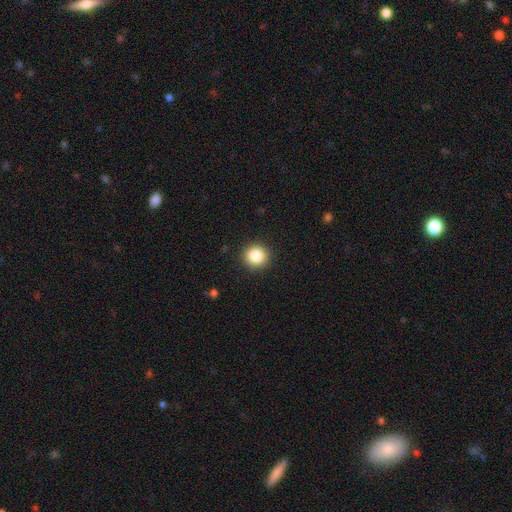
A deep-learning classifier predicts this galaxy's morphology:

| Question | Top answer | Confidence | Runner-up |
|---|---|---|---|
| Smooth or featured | smooth | 85% | star or artifact (10%) |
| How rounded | round | 93% | in between (6%) |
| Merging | none | 92% | minor disturbance (5%) |